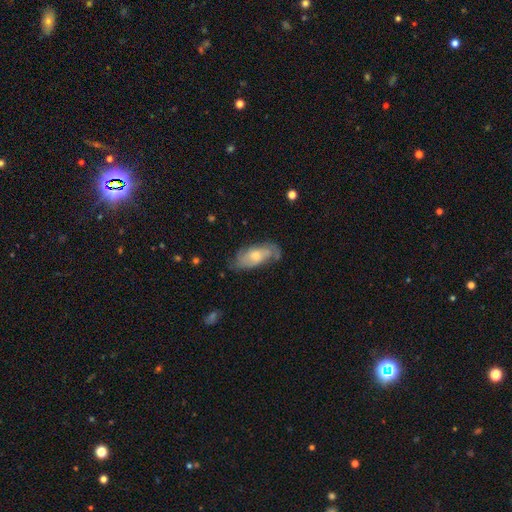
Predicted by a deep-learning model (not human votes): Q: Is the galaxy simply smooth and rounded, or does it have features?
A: featured or disk — 67%.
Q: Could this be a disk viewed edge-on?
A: no — 88%.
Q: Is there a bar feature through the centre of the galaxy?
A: no — 72%.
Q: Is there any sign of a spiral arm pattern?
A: yes — 85%.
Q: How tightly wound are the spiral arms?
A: tight — 43%.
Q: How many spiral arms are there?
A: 2 — 52%.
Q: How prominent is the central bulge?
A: moderate — 57%.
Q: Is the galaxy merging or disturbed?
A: none — 66%.